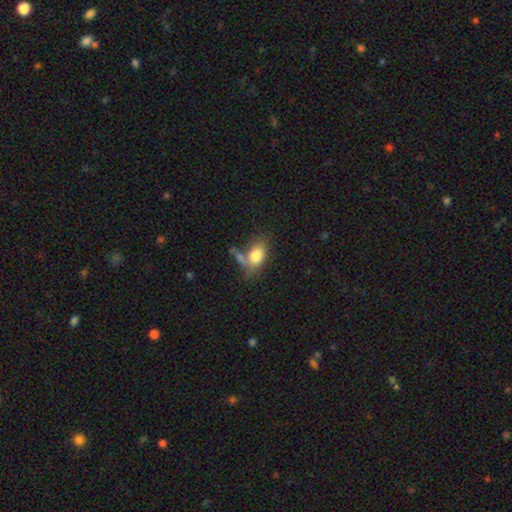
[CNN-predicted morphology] Overall: smooth (78%). How rounded: in between (82%). Merging: none (41%; merger 27%).